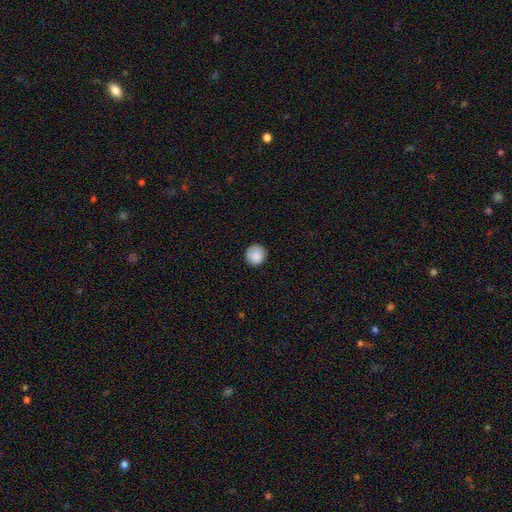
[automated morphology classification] smooth_or_featured: smooth (p=0.87) [alt: star or artifact p=0.08]
how_rounded: round (p=0.94) [alt: in between p=0.05]
merging: none (p=0.88) [alt: minor disturbance p=0.09]